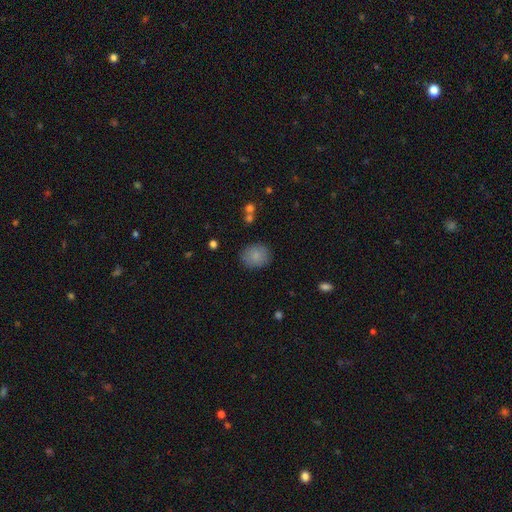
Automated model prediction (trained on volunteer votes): smooth 84%, star or artifact 9%, featured or disk 7%. Down the decision tree: how rounded — round (69%); merging — none (85%).